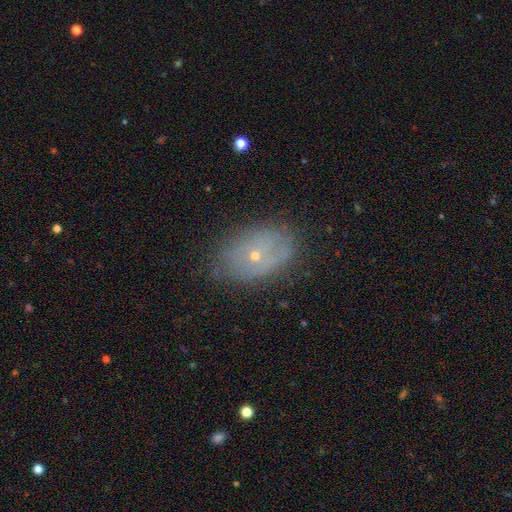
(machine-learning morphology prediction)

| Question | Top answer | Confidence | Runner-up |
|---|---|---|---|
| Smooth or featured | smooth | 45% | featured or disk (42%) |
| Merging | none | 68% | minor disturbance (22%) |